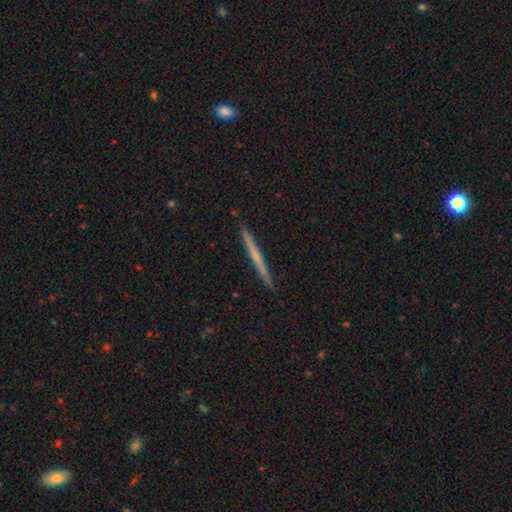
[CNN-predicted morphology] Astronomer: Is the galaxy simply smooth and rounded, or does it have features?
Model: featured or disk — 48% (runner-up: smooth, 47%).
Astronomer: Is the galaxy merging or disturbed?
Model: none — 93%.